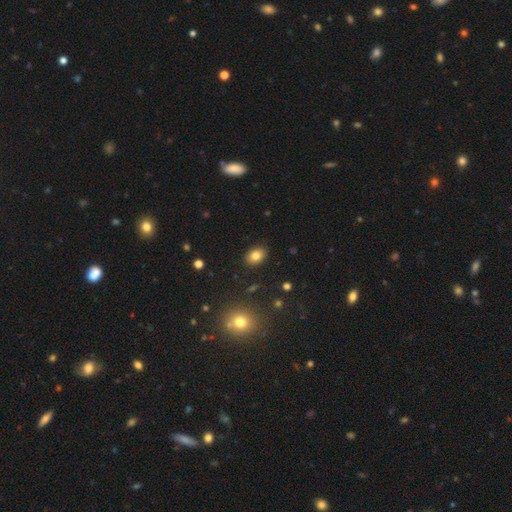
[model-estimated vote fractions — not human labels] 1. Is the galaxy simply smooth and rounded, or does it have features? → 82% smooth, 10% star or artifact, 8% featured or disk.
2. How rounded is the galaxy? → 76% in between, 23% round, 1% cigar-shaped.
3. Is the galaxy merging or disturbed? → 88% none, 8% minor disturbance, 2% major disturbance, 1% merger.